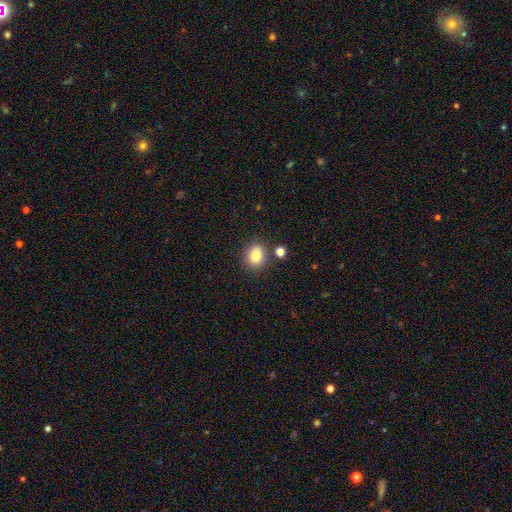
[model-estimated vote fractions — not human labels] A smooth galaxy with no disk features (81%) that is round (70%).

Vote fractions:
- Smooth or featured? smooth: 81% / star or artifact: 11% / featured or disk: 8%
- How rounded? round: 70% / in between: 29% / cigar-shaped: 1%
- Merging? none: 80% / minor disturbance: 10% / merger: 7% / major disturbance: 3%